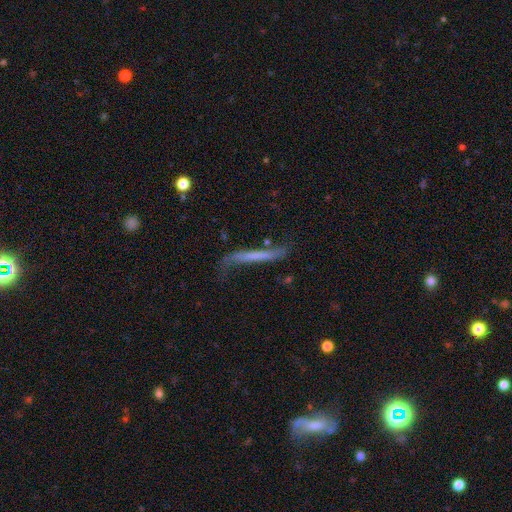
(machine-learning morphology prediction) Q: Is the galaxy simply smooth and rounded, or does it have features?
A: featured or disk — 51%.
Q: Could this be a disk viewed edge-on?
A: yes — 70%.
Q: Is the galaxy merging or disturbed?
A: none — 46%.